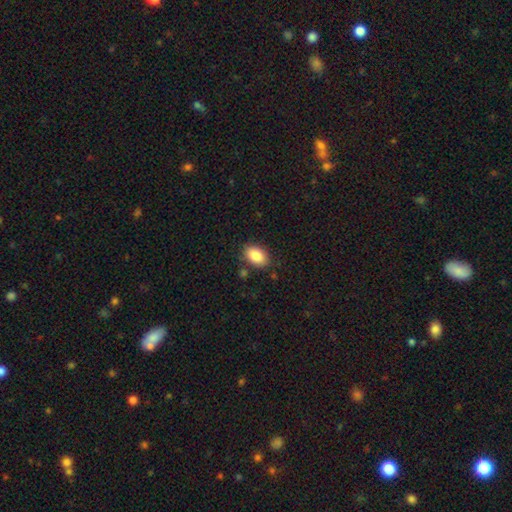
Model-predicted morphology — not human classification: smooth 86%, star or artifact 8%, featured or disk 6%. Down the decision tree: how rounded — in between (86%); merging — none (82%).